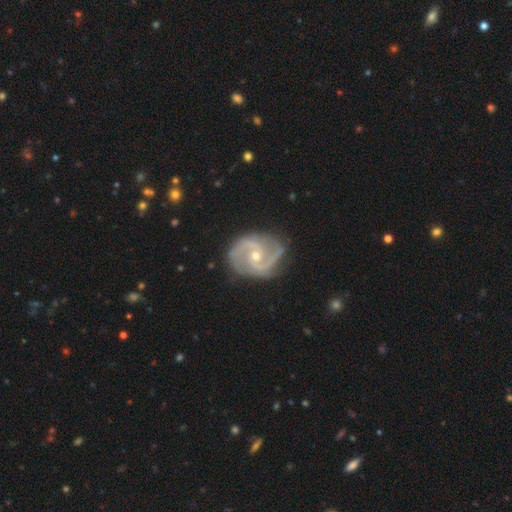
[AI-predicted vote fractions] Overall: featured or disk (91%). Edge-on disk: no (98%). Bar: no (47%; weak 39%). Spiral arms: yes (98%). Spiral arm count: 2 (84%). Spiral winding: medium (58%; tight 24%). Bulge size: small (55%; moderate 42%). Merging: none (78%).